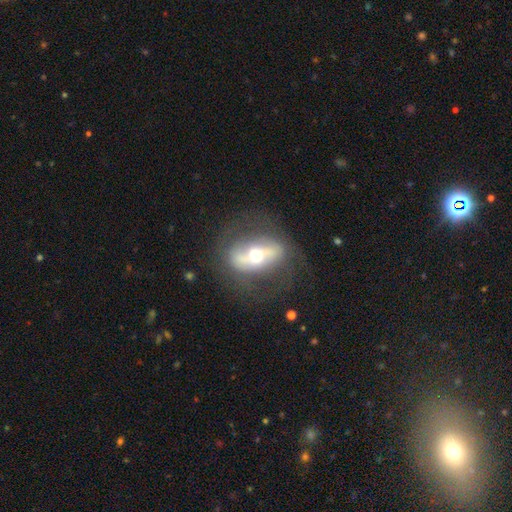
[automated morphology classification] A featured or disk galaxy (70%) with a strong bar (53%), spiral arms (50%, tied with no) and a moderate central bulge (66%).

Vote fractions:
- Smooth or featured? featured or disk: 70% / smooth: 23% / star or artifact: 7%
- Edge-on disk? no: 82% / yes: 18%
- Bar? strong: 53% / weak: 24% / no: 23%
- Spiral arms? yes: 50% (tied) / no: 50% (tied)
- Bulge size? moderate: 66% / small: 18% / large: 12% / dominant: 2% / none: 1%
- Merging? none: 69% / minor disturbance: 16% / major disturbance: 12% / merger: 2%